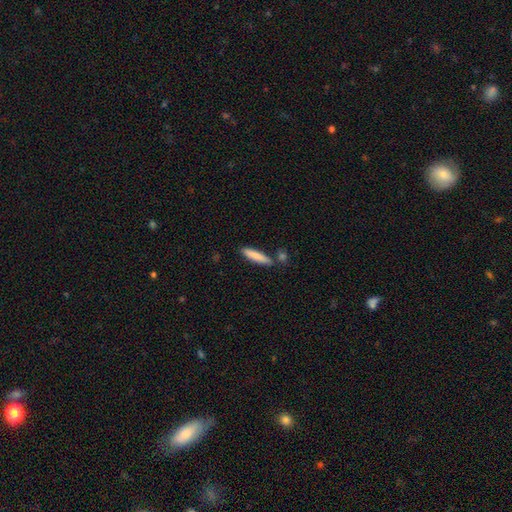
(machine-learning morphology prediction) Smooth or featured?
  - smooth: 83% *
  - featured or disk: 11%
  - star or artifact: 6%
How rounded?
  - cigar-shaped: 85% *
  - in between: 14%
  - round: 1%
Merging?
  - none: 80% *
  - minor disturbance: 11%
  - merger: 7%
  - major disturbance: 2%